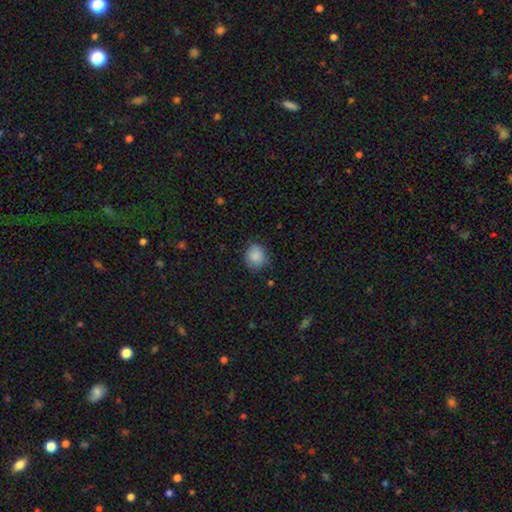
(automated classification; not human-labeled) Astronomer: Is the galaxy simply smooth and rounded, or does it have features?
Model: smooth — 87%.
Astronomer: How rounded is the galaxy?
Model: round — 75%.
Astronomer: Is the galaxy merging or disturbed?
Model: none — 77%.